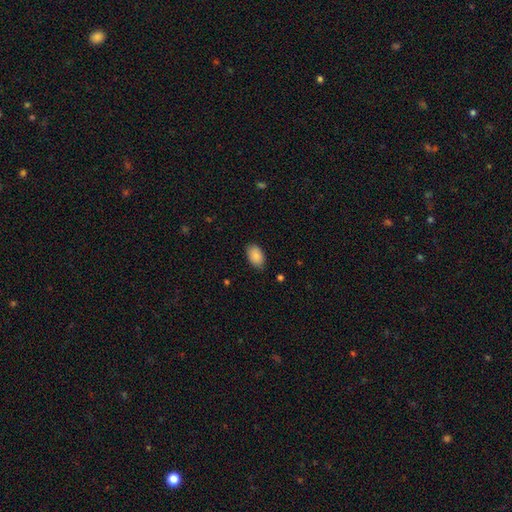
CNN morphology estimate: type=smooth (88%); roundness=in between (91%); merging=none (82%).